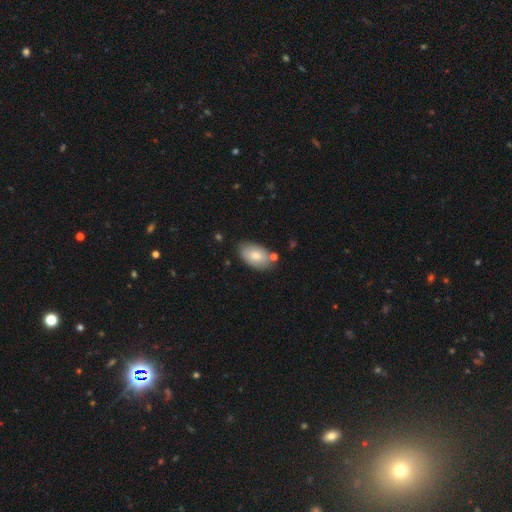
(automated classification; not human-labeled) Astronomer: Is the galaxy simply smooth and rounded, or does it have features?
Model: smooth — 78%.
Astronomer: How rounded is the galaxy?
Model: in between — 93%.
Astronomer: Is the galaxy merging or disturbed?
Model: none — 75%.